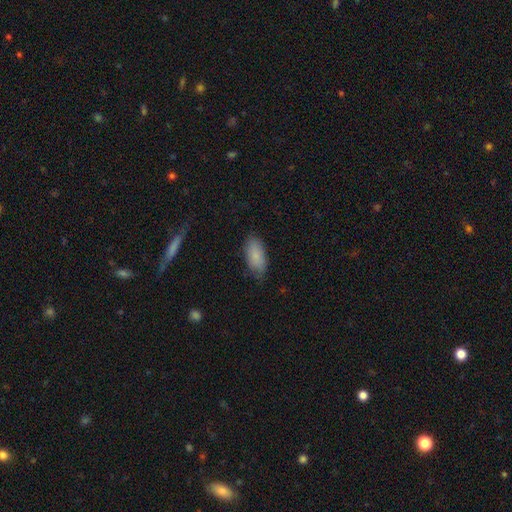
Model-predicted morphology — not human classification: smooth_or_featured: smooth (p=0.85) [alt: featured or disk p=0.09]
how_rounded: in between (p=0.91) [alt: cigar-shaped p=0.06]
merging: none (p=0.71) [alt: minor disturbance p=0.23]